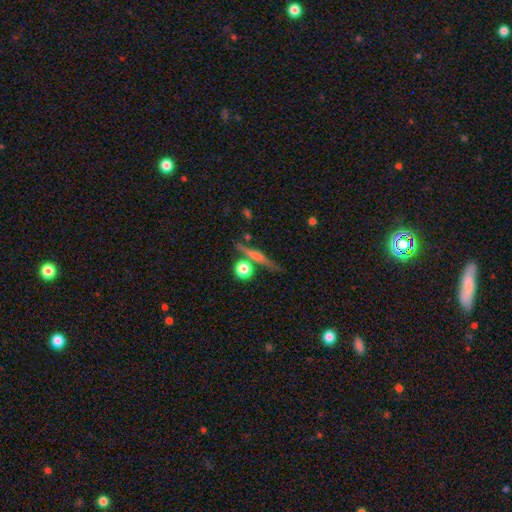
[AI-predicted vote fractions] A featured or disk galaxy (51%) viewed edge-on (94%).

Vote fractions:
- Smooth or featured? featured or disk: 51% / smooth: 39% / star or artifact: 10%
- Edge-on disk? yes: 94% / no: 6%
- Merging? none: 76% / minor disturbance: 10% / merger: 10% / major disturbance: 4%